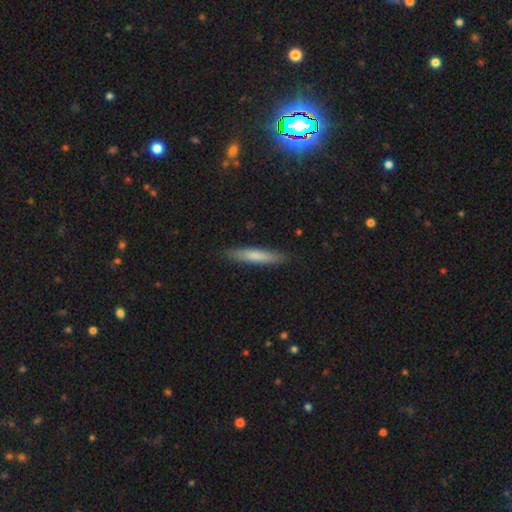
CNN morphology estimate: A smooth galaxy with no disk features (72%) that is cigar-shaped (92%).

Vote fractions:
- Smooth or featured? smooth: 72% / featured or disk: 22% / star or artifact: 6%
- How rounded? cigar-shaped: 92% / in between: 7% / round: 1%
- Merging? none: 89% / minor disturbance: 9% / major disturbance: 2% / merger: 1%